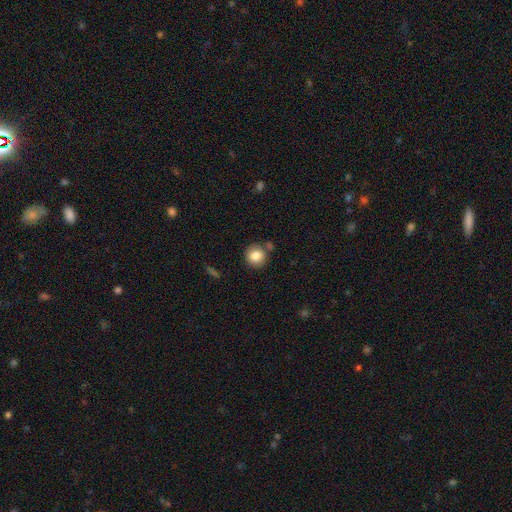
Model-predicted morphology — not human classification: Smooth or featured: smooth — 83% (star or artifact — 9%)
How rounded: round — 91% (in between — 8%)
Merging: none — 78% (minor disturbance — 10%)